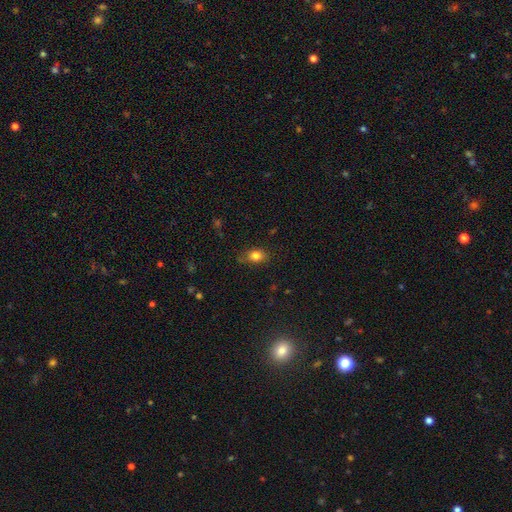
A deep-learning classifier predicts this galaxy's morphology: Q: Smooth or featured?
A: smooth (82%); runner-up: star or artifact (10%)
Q: How rounded?
A: in between (74%); runner-up: round (24%)
Q: Merging?
A: none (76%); runner-up: minor disturbance (19%)